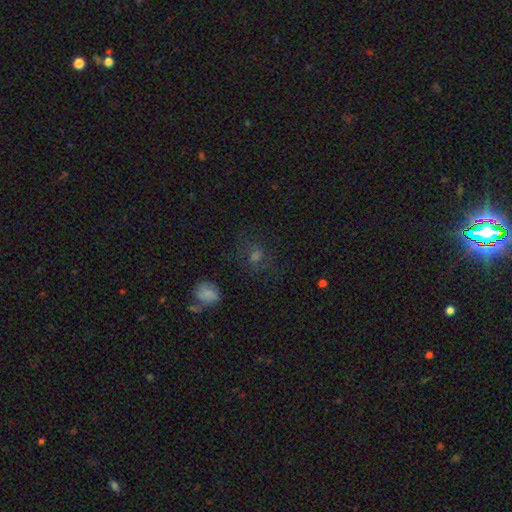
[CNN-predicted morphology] This is marginally a smooth galaxy (44%). Merging: likely none (68%).